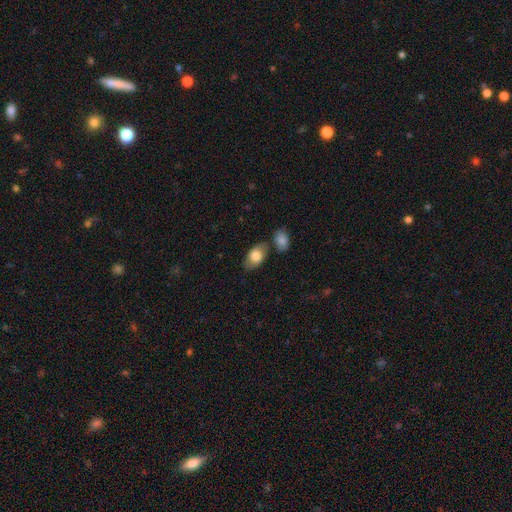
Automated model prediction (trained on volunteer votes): Smooth or featured? smooth (80%)
How rounded? in between (89%)
Merging? none (67%)